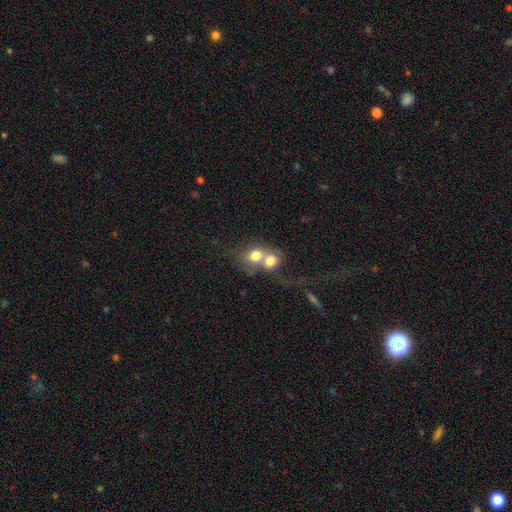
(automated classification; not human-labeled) A smooth galaxy with no disk features (70%) that is round (67%). Merging: merger (73%).